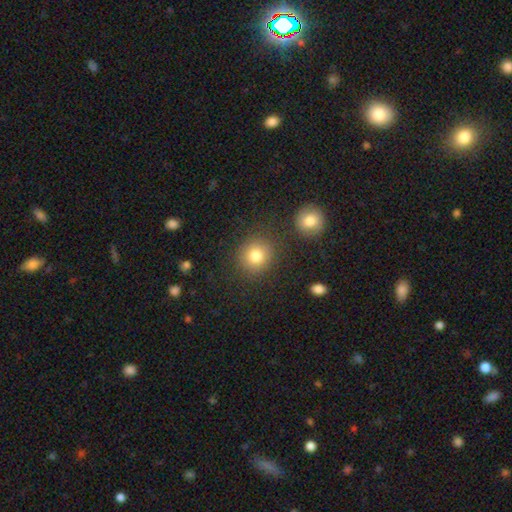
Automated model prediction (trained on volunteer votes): Smooth or featured? smooth (81%)
How rounded? round (85%)
Merging? none (82%)